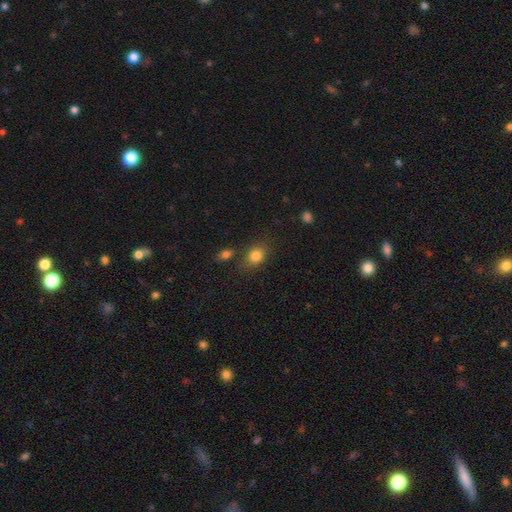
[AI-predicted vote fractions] Smooth or featured?
  - smooth: 83% *
  - star or artifact: 10%
  - featured or disk: 7%
How rounded?
  - in between: 55% *
  - round: 43%
  - cigar-shaped: 2%
Merging?
  - none: 70% *
  - minor disturbance: 15%
  - merger: 10%
  - major disturbance: 5%